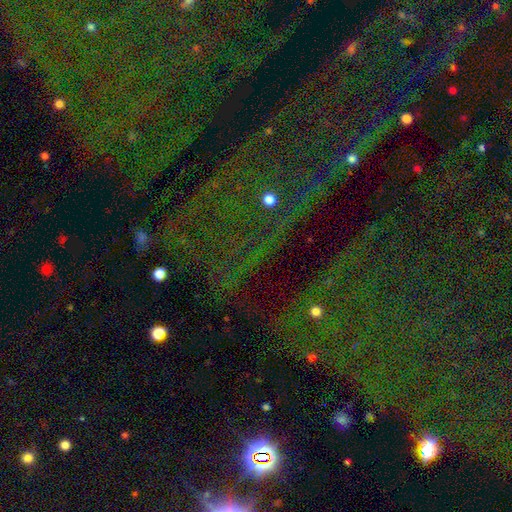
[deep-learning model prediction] A star or artifact, not a galaxy (81%).